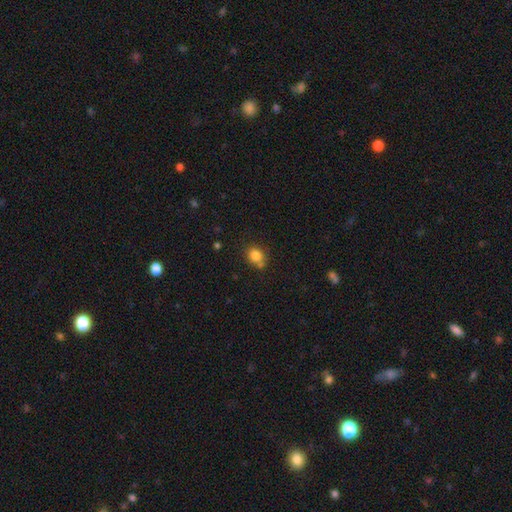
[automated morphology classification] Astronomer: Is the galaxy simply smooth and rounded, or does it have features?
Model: smooth — 81%.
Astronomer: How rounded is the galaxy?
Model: round — 64%.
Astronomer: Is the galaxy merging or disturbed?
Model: none — 62%.